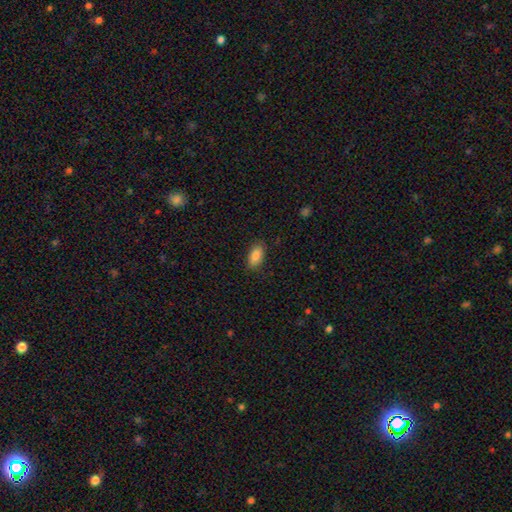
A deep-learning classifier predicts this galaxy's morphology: This is clearly a smooth galaxy (86%). How rounded: clearly in between (90%). Merging: clearly none (86%).